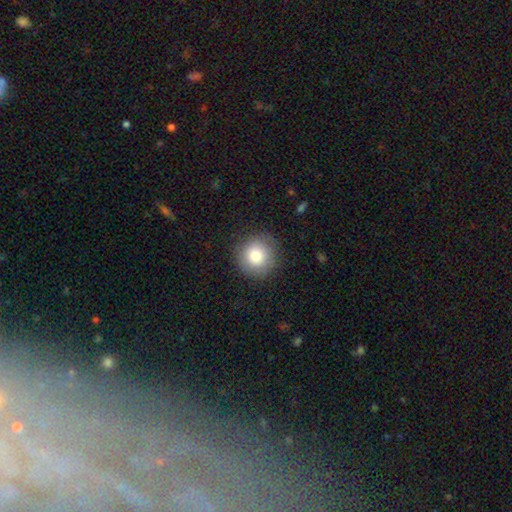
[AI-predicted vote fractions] The model was most divided on "smooth or featured": smooth: 82%, featured or disk: 9%, star or artifact: 9%. More confident: how rounded — round (94%); merging — none (87%).